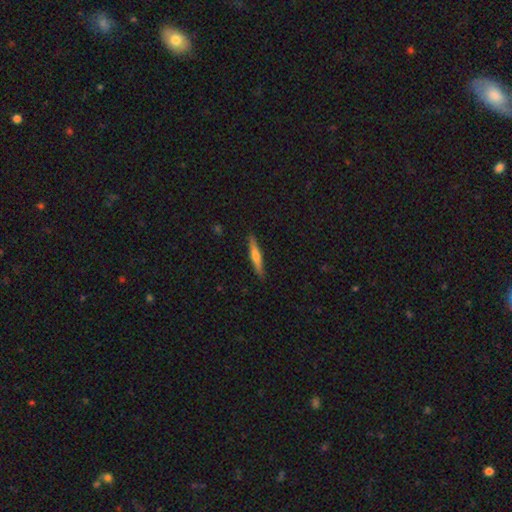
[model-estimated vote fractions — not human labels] This appears to be a smooth galaxy with no disk features (51%) that is cigar-shaped (92%). Merging: none (90%).